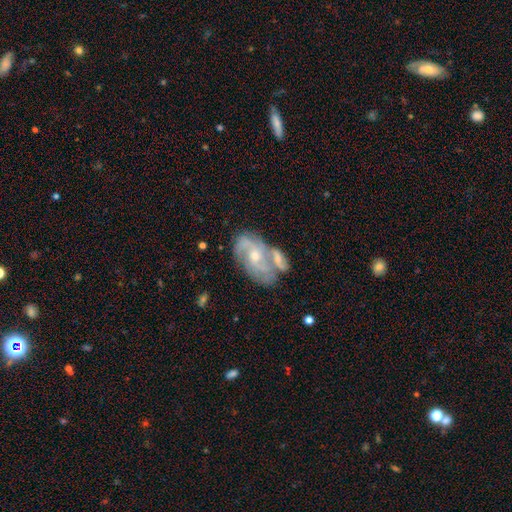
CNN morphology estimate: type=featured or disk (80%); edge-on=no (96%); bar=no (59%); spiral arms=yes (89%); winding=medium (45%); arm count=2 (41%); bulge=moderate (51%); merging=merger (37%, tied with none).